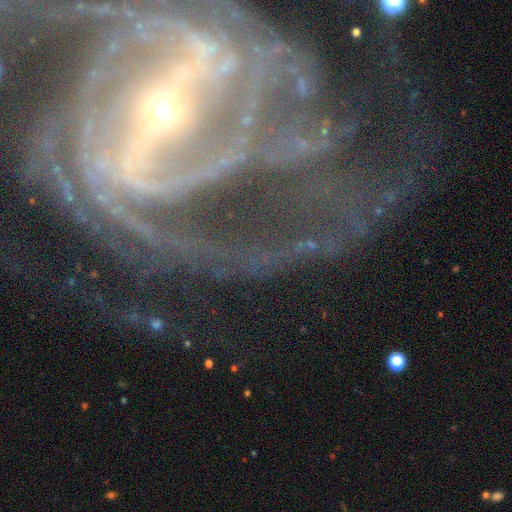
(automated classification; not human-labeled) Smooth or featured? Predicted: featured or disk (p=0.87). Edge-on disk? Predicted: no (p=0.96). Bar? Predicted: strong (p=0.65). Spiral arms? Predicted: yes (p=0.96). Spiral winding? Predicted: tight (p=0.47). Spiral arm count? Predicted: 2 (p=0.31). Bulge size? Predicted: small (p=0.77). Merging? Predicted: none (p=0.55).